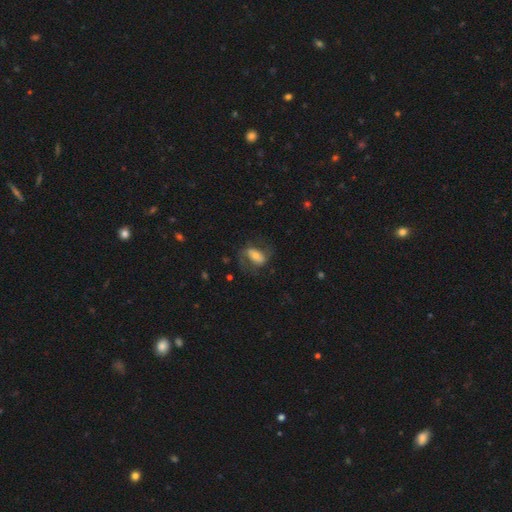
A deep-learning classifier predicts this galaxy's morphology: A featured or disk galaxy (53%).

Vote fractions:
- Smooth or featured? featured or disk: 53% / smooth: 38% / star or artifact: 8%
- Edge-on disk? no: 94% / yes: 6%
- Merging? none: 56% / major disturbance: 23% / minor disturbance: 19% / merger: 2%